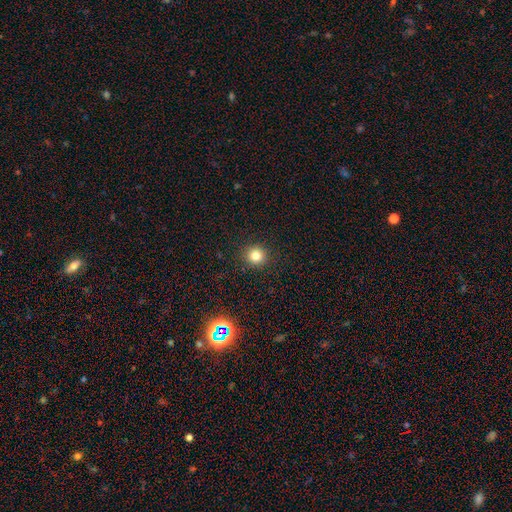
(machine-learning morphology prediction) smooth-or-featured: smooth: 81% | star or artifact: 14% | featured or disk: 6%
  how-rounded: round: 91% | in between: 8% | cigar-shaped: 1%
  merging: none: 92% | minor disturbance: 5% | major disturbance: 2% | merger: 1%